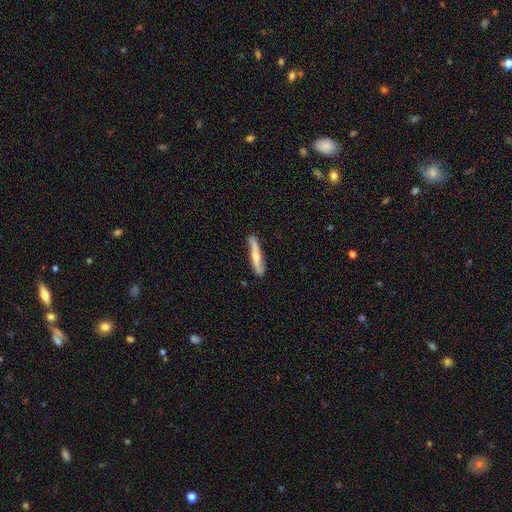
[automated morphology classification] type=featured or disk (58%); edge-on=yes (64%); merging=none (80%).